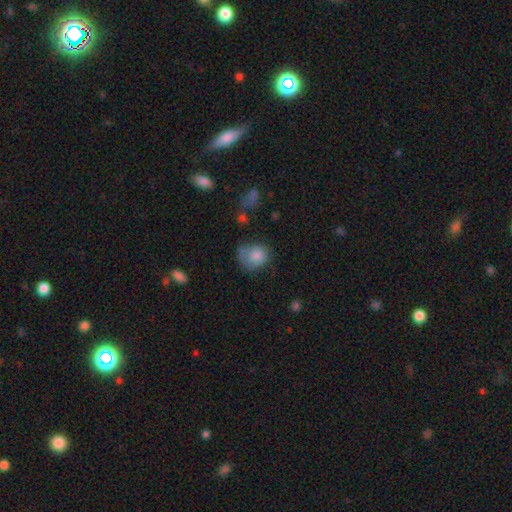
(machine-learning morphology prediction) type=smooth (79%); roundness=round (67%); merging=none (45%).